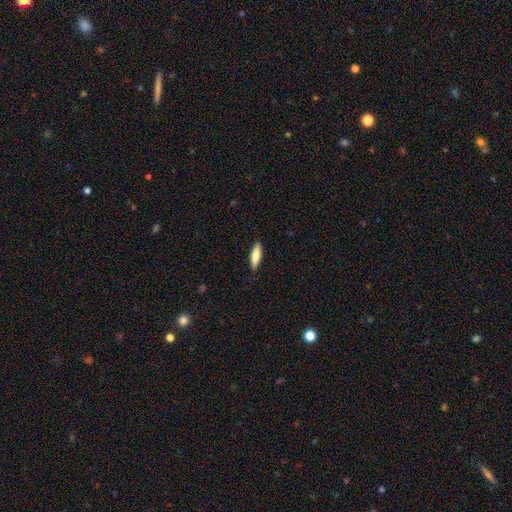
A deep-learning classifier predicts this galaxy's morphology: smooth_or_featured: smooth (p=0.80) [alt: featured or disk p=0.14]
how_rounded: cigar-shaped (p=0.61) [alt: in between p=0.37]
merging: none (p=0.88) [alt: minor disturbance p=0.09]